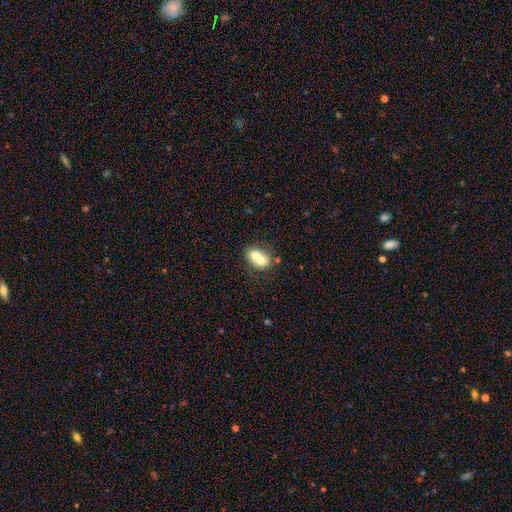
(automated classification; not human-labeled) Smooth or featured?
  - smooth: 64% *
  - featured or disk: 27%
  - star or artifact: 9%
How rounded?
  - round: 50% *
  - in between: 49%
  - cigar-shaped: 1%
Merging?
  - merger: 65% *
  - none: 25%
  - minor disturbance: 7%
  - major disturbance: 3%